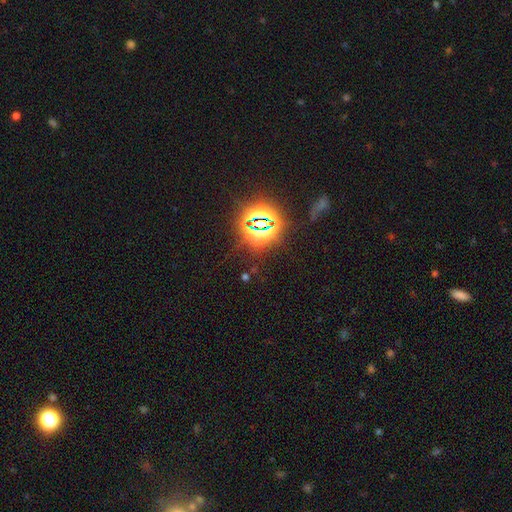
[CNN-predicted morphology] A star or artifact, not a galaxy (81%).

Vote fractions:
- Smooth or featured? star or artifact: 81% / smooth: 11% / featured or disk: 7%